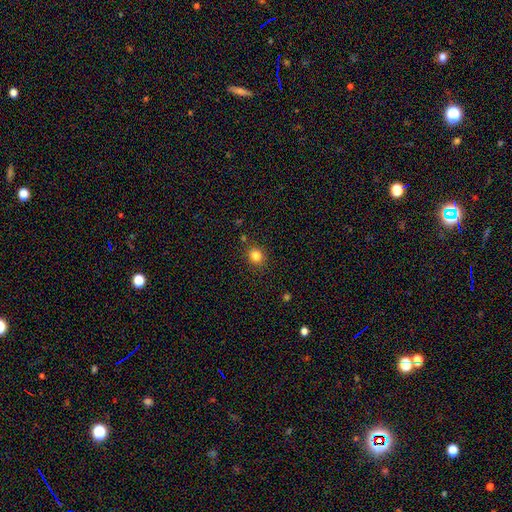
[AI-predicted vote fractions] Smooth or featured? smooth (82%)
How rounded? round (81%)
Merging? none (85%)